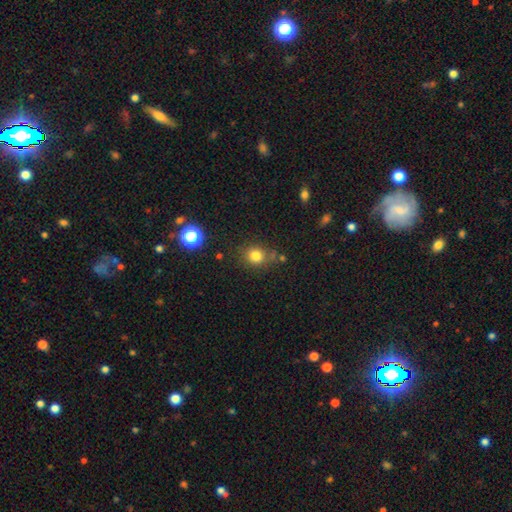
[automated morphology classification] Smooth or featured?
  - smooth: 79% *
  - star or artifact: 14%
  - featured or disk: 7%
How rounded?
  - round: 79% *
  - in between: 20%
  - cigar-shaped: 1%
Merging?
  - none: 74% *
  - minor disturbance: 15%
  - merger: 7%
  - major disturbance: 5%